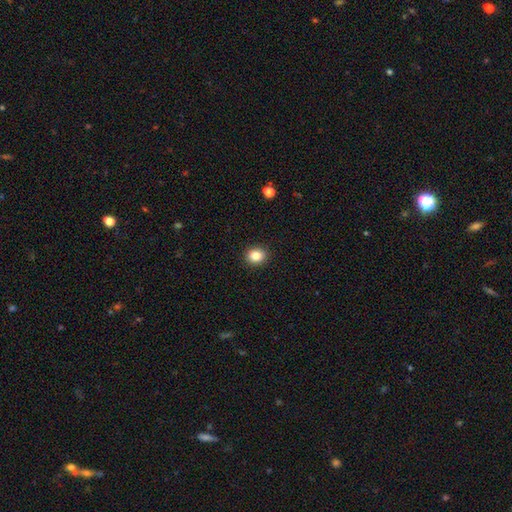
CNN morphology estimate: Smooth or featured? Predicted: smooth (p=0.85). How rounded? Predicted: round (p=0.71). Merging? Predicted: none (p=0.91).